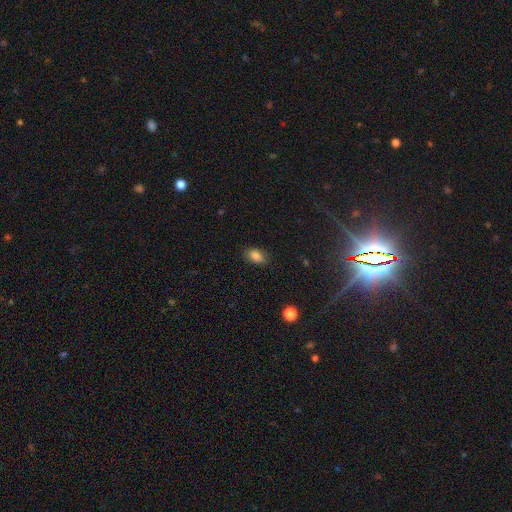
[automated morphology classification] Smooth or featured: smooth — 83% (star or artifact — 10%)
How rounded: in between — 88% (round — 10%)
Merging: none — 83% (minor disturbance — 13%)